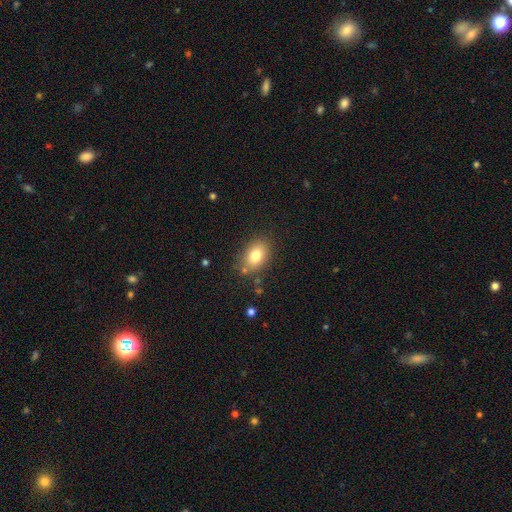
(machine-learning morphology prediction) A smooth galaxy with no disk features (79%) that is in between round and cigar-shaped (77%).

Vote fractions:
- Smooth or featured? smooth: 79% / featured or disk: 11% / star or artifact: 10%
- How rounded? in between: 77% / round: 22% / cigar-shaped: 1%
- Merging? none: 81% / minor disturbance: 12% / major disturbance: 4% / merger: 3%